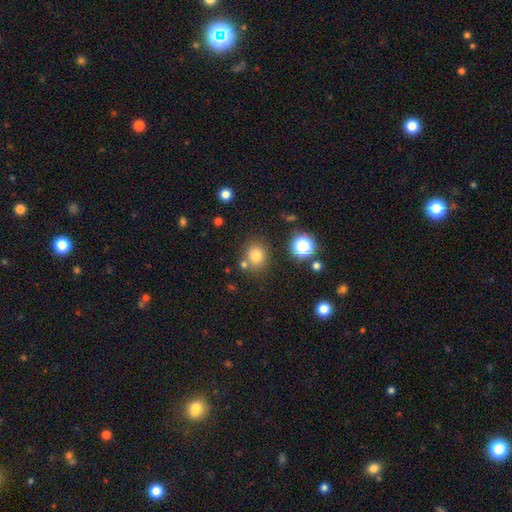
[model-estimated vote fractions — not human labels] smooth 77%, star or artifact 15%, featured or disk 7%. Down the decision tree: how rounded — round (78%); merging — none (75%).